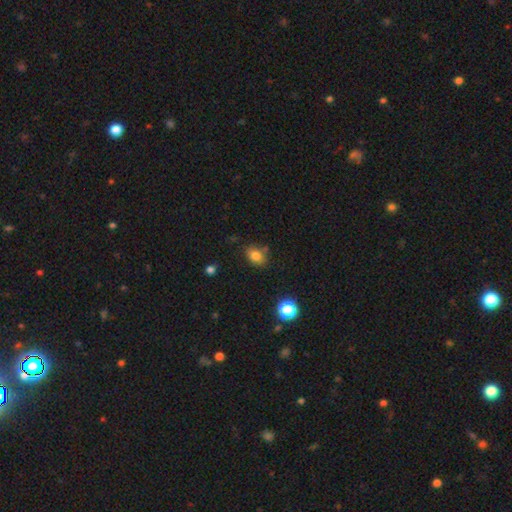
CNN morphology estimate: A smooth galaxy with no disk features (81%) that is in between round and cigar-shaped (70%).

Vote fractions:
- Smooth or featured? smooth: 81% / star or artifact: 11% / featured or disk: 7%
- How rounded? in between: 70% / round: 29% / cigar-shaped: 1%
- Merging? none: 73% / minor disturbance: 17% / merger: 6% / major disturbance: 4%